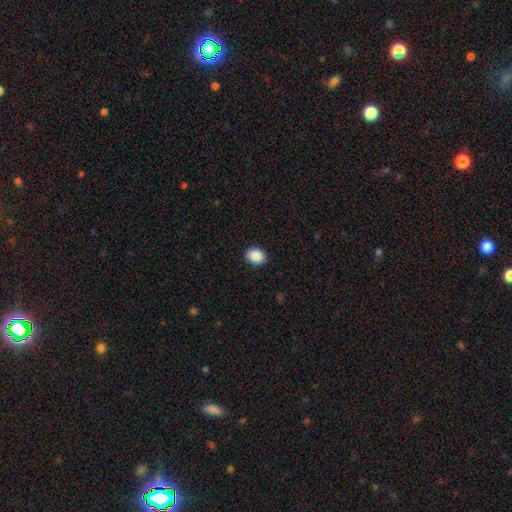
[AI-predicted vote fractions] A smooth galaxy with no disk features (90%) that is in between round and cigar-shaped (58%).

Vote fractions:
- Smooth or featured? smooth: 90% / star or artifact: 8% / featured or disk: 2%
- How rounded? in between: 58% / round: 41% / cigar-shaped: 1%
- Merging? none: 90% / minor disturbance: 7% / major disturbance: 2% / merger: 1%